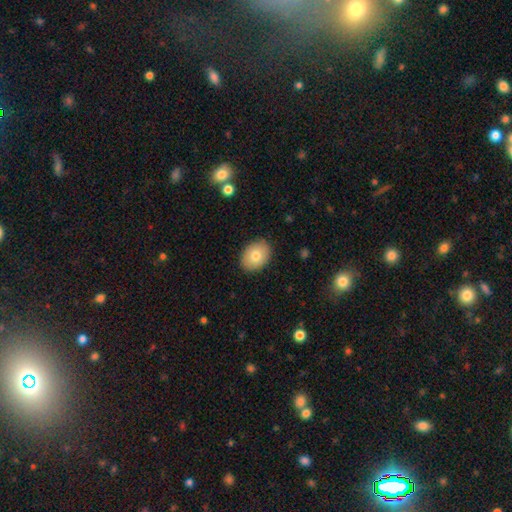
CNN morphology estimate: smooth-or-featured: smooth: 78% | featured or disk: 14% | star or artifact: 7%
  how-rounded: in between: 71% | round: 28% | cigar-shaped: 1%
  merging: none: 88% | minor disturbance: 9% | major disturbance: 2% | merger: 1%